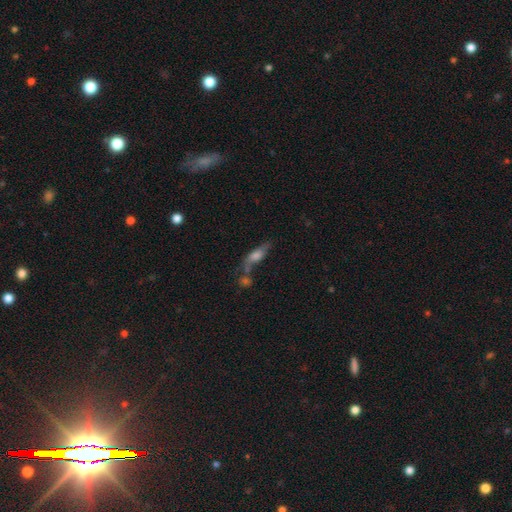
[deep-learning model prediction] featured or disk 46%, smooth 40%, star or artifact 14%. Down the decision tree: merging — none (48%).